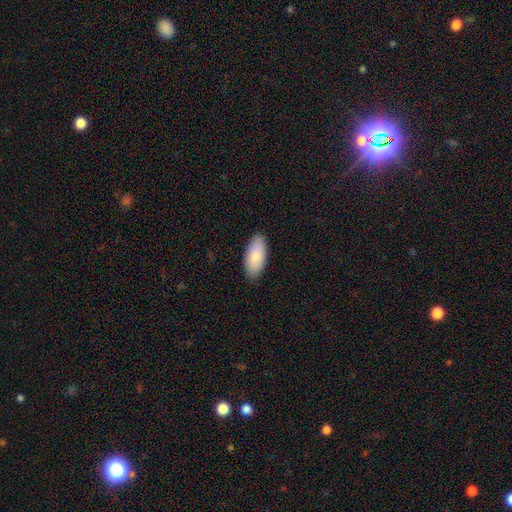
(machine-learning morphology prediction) smooth 85%, featured or disk 10%, star or artifact 5%. Down the decision tree: how rounded — in between (90%); merging — none (87%).